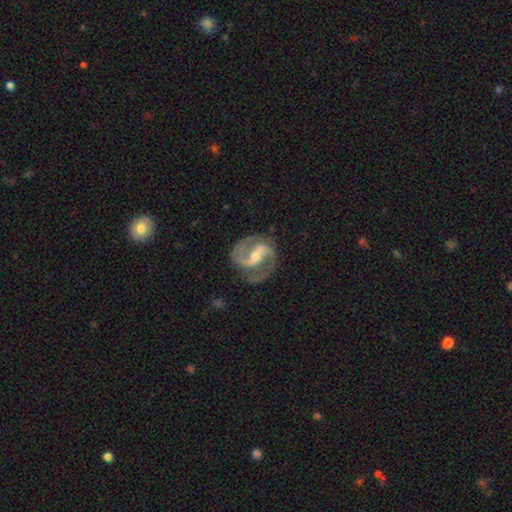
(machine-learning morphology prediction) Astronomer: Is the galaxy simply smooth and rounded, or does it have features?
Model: featured or disk — 92%.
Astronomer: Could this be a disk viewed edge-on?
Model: no — 98%.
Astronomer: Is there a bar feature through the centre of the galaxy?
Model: strong — 52% (runner-up: weak, 35%).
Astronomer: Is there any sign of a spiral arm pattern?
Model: yes — 98%.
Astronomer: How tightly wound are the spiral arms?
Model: medium — 59%.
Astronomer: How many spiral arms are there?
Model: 2 — 93%.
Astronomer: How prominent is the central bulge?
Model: moderate — 50% (runner-up: small, 45%).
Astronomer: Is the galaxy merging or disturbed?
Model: none — 80%.